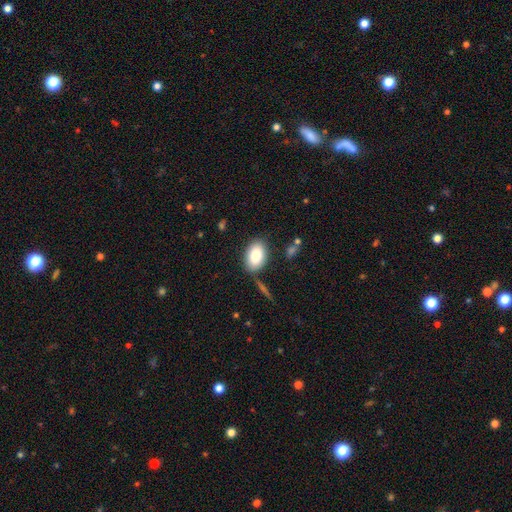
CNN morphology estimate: Smooth or featured: smooth — 83% (featured or disk — 10%)
How rounded: in between — 91% (round — 8%)
Merging: none — 79% (minor disturbance — 12%)